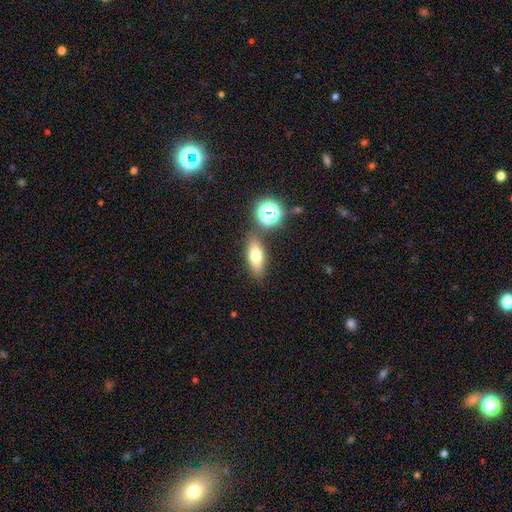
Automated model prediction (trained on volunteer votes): A smooth galaxy with no disk features (67%) that is in between round and cigar-shaped (68%).

Vote fractions:
- Smooth or featured? smooth: 67% / featured or disk: 19% / star or artifact: 13%
- How rounded? in between: 68% / cigar-shaped: 22% / round: 9%
- Merging? none: 74% / minor disturbance: 12% / merger: 10% / major disturbance: 4%